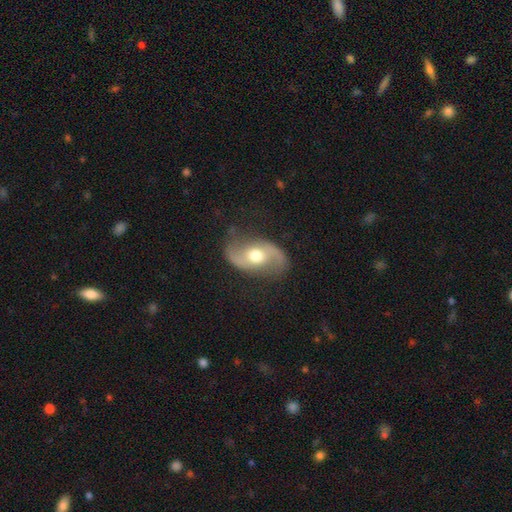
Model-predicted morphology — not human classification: smooth-or-featured: featured or disk: 84% | smooth: 11% | star or artifact: 5%
  disk-edge-on: no: 96% | yes: 4%
    bar: no: 52% | weak: 33% | strong: 15%
    has-spiral-arms: yes: 93% | no: 7%
      spiral-winding: loose: 62% | medium: 30% | tight: 8%
      spiral-arm-count: 2: 93% | can't tell: 2% | 1: 2% | 3: 1% | 4: 1% | more than 4: 1%
    bulge-size: moderate: 73% | large: 15% | small: 9% | dominant: 1% | none: 1%
  merging: none: 77% | minor disturbance: 15% | major disturbance: 6% | merger: 1%